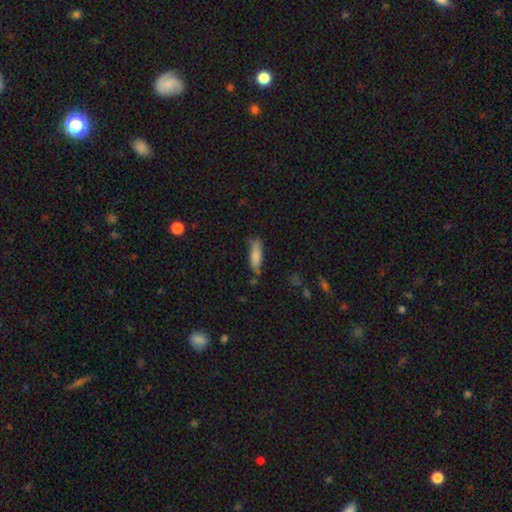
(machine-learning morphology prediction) Smooth or featured: smooth — 82% (featured or disk — 11%)
How rounded: cigar-shaped — 50% (in between — 48%)
Merging: none — 64% (minor disturbance — 25%)